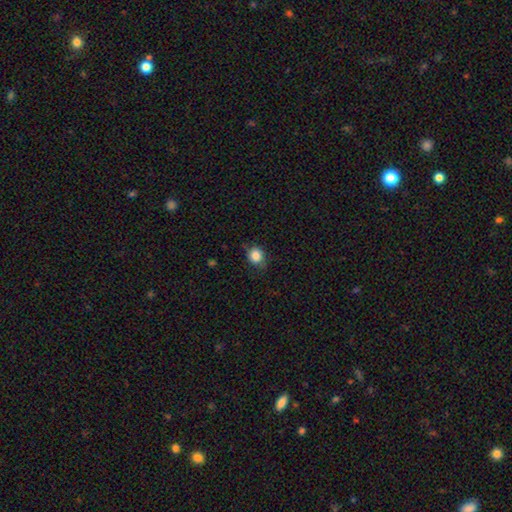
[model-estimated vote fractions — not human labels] smooth-or-featured: smooth: 84% | star or artifact: 10% | featured or disk: 6%
  how-rounded: round: 73% | in between: 26% | cigar-shaped: 1%
  merging: none: 73% | minor disturbance: 21% | major disturbance: 5% | merger: 1%